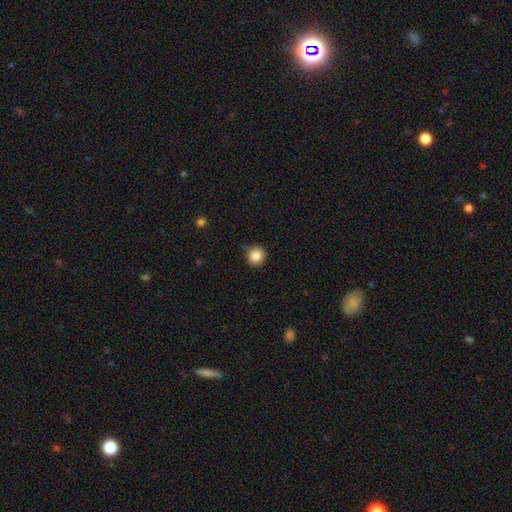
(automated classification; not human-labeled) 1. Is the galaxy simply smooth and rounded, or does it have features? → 86% smooth, 10% star or artifact, 4% featured or disk.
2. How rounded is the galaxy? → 94% round, 5% in between, 1% cigar-shaped.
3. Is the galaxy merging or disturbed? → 81% none, 15% minor disturbance, 3% major disturbance, 2% merger.